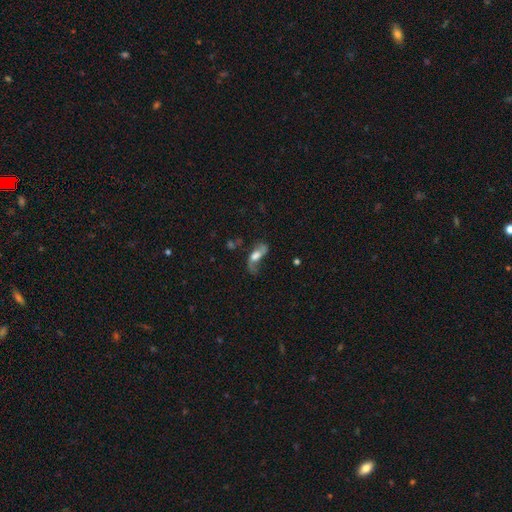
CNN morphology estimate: smooth_or_featured: featured or disk (p=0.57) [alt: smooth p=0.33]
disk_edge_on: no (p=0.87) [alt: yes p=0.13]
merging: none (p=0.38) [alt: major disturbance p=0.33]